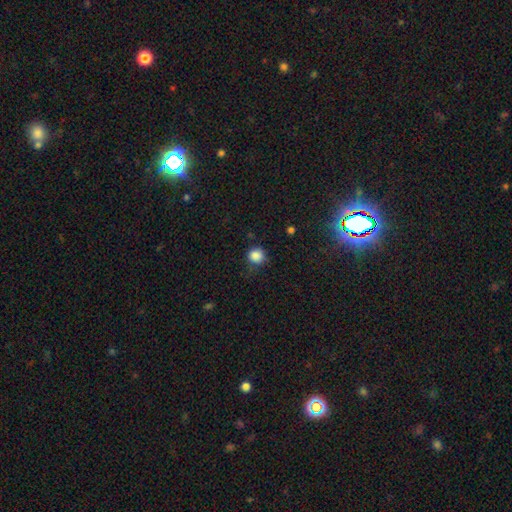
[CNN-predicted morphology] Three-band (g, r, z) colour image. It shows a smooth galaxy with no disk features (86%) that is round (90%). Merging: none (69%).